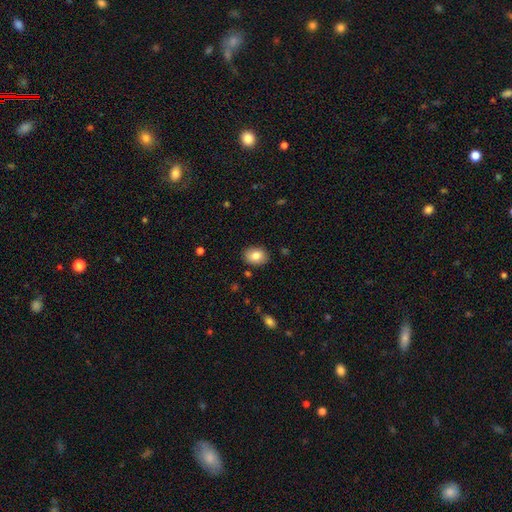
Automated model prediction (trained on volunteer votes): smooth_or_featured: smooth (p=0.83) [alt: featured or disk p=0.09]
how_rounded: in between (p=0.71) [alt: round p=0.28]
merging: none (p=0.87) [alt: minor disturbance p=0.09]